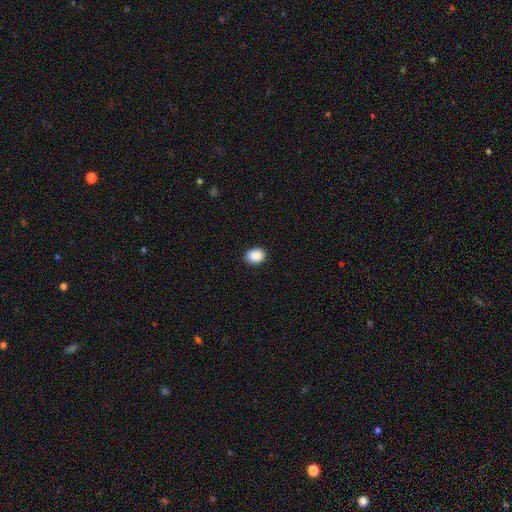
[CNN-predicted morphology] A smooth galaxy with no disk features (89%) that is in between round and cigar-shaped (54%). Merging: none (90%).